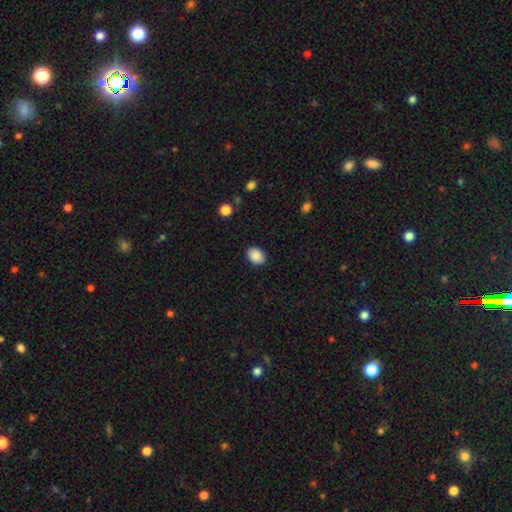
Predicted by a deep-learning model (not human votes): smooth-or-featured: smooth: 89% | star or artifact: 8% | featured or disk: 3%
  how-rounded: in between: 65% | round: 34% | cigar-shaped: 1%
  merging: none: 88% | minor disturbance: 9% | major disturbance: 2% | merger: 1%